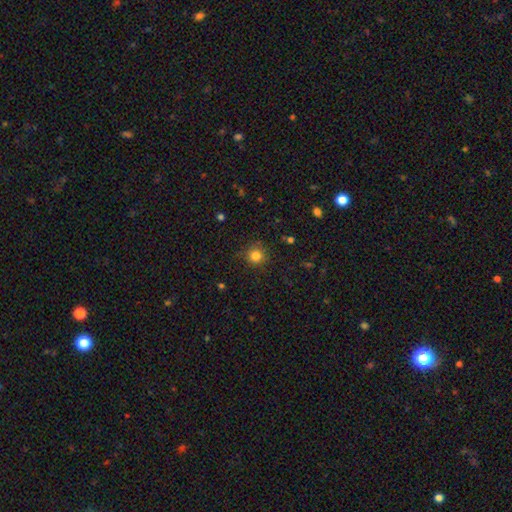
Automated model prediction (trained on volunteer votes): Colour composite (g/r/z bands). It shows a smooth galaxy with no disk features (82%) that is round (93%). Merging: none (86%).